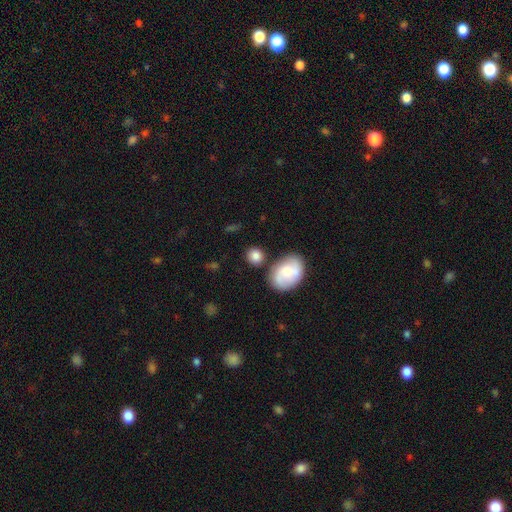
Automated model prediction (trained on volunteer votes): Q: Smooth or featured?
A: smooth (80%); runner-up: featured or disk (13%)
Q: How rounded?
A: round (74%); runner-up: in between (25%)
Q: Merging?
A: none (73%); runner-up: minor disturbance (13%)